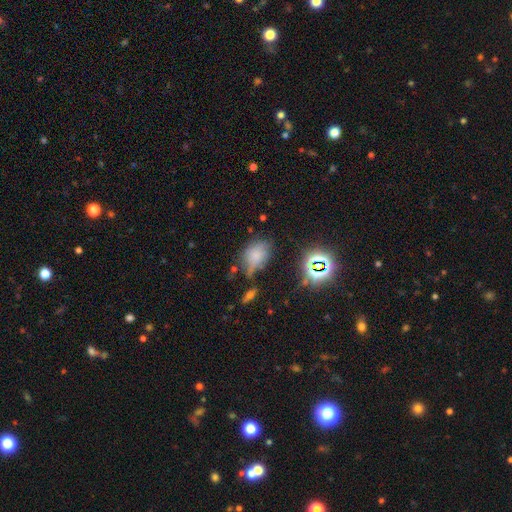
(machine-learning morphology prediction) A smooth galaxy with no disk features (65%) that is in between round and cigar-shaped (73%).

Vote fractions:
- Smooth or featured? smooth: 65% / star or artifact: 20% / featured or disk: 15%
- How rounded? in between: 73% / round: 25% / cigar-shaped: 2%
- Merging? none: 49% / minor disturbance: 30% / major disturbance: 13% / merger: 8%